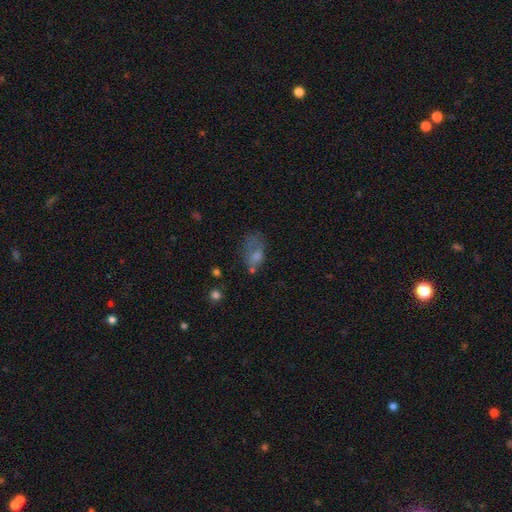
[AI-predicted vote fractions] This is possibly a smooth galaxy (60%). How rounded: clearly in between (84%). Merging: marginally major disturbance (36%).